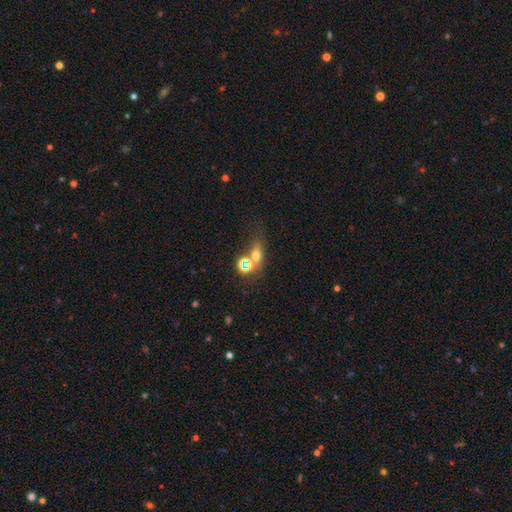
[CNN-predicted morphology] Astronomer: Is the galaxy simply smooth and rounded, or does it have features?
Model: smooth — 53% (runner-up: star or artifact, 29%).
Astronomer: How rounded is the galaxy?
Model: in between — 52% (runner-up: round, 37%).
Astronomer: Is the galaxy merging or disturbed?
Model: none — 50% (runner-up: merger, 28%).